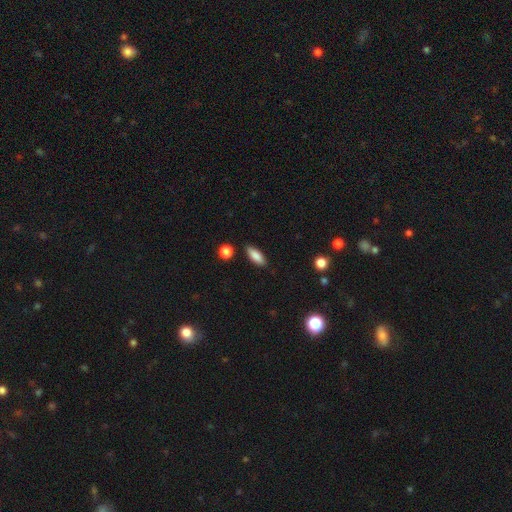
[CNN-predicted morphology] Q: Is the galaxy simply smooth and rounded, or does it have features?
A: smooth — 86%.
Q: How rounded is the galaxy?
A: in between — 74%.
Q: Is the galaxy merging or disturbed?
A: none — 86%.